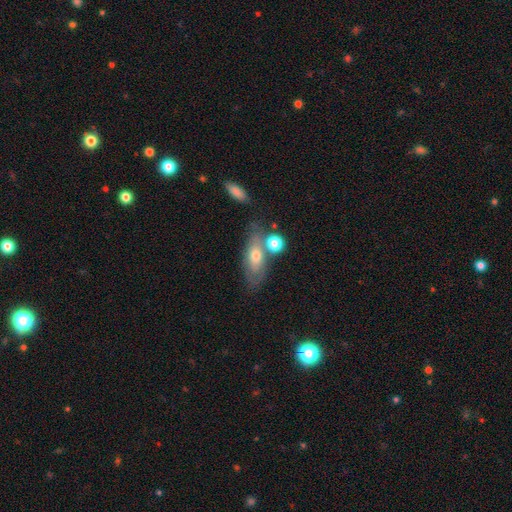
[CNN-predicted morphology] This is likely a smooth galaxy (61%). How rounded: likely in between (73%). Merging: possibly none (53%).